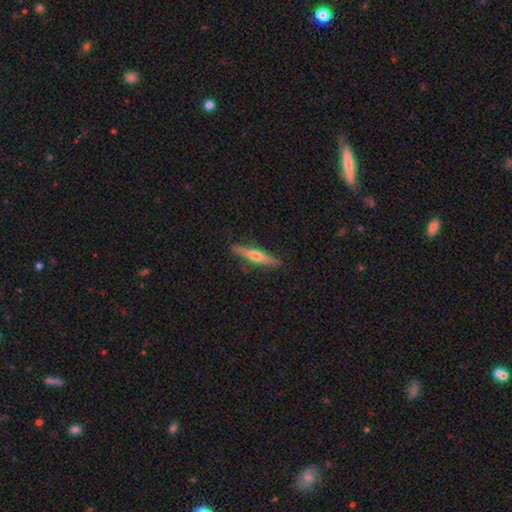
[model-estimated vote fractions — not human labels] Smooth or featured? Predicted: featured or disk (p=0.56). Edge-on disk? Predicted: yes (p=0.95). Edge-on bulge? Predicted: rounded (p=0.88). Merging? Predicted: none (p=0.88).